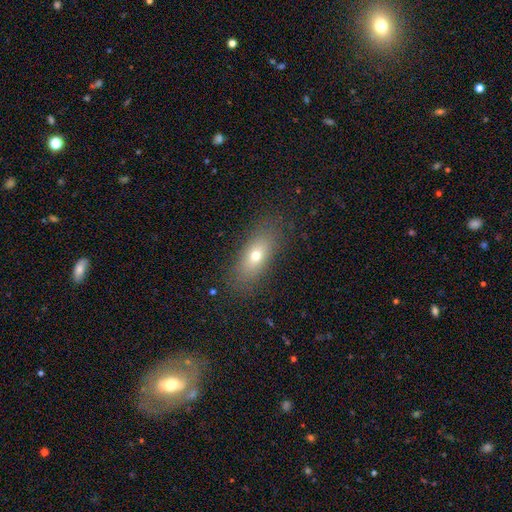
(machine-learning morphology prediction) This appears to be a smooth galaxy with no disk features (68%) that is in between round and cigar-shaped (71%). Merging: none (84%).